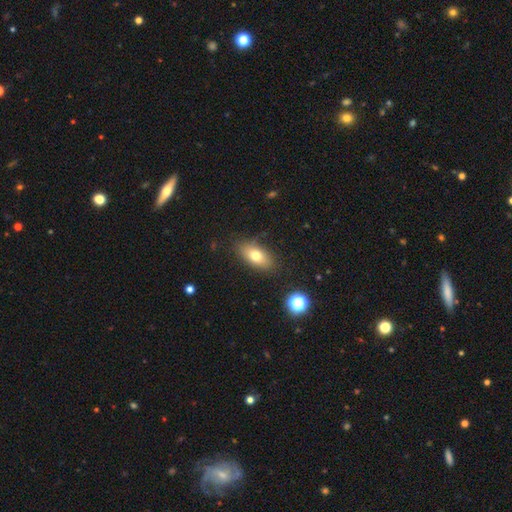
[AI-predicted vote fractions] Morphology: type=smooth (73%); roundness=in between (85%); merging=none (82%).